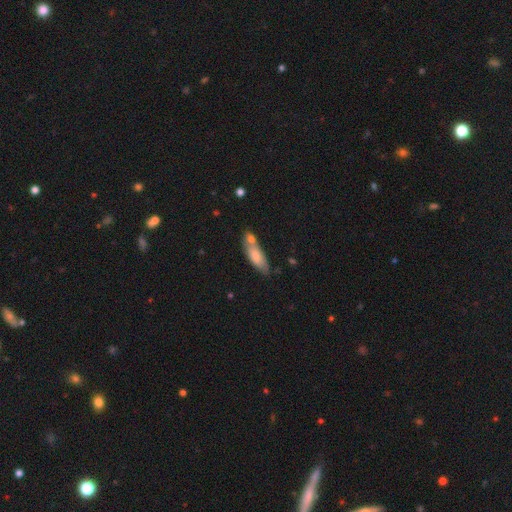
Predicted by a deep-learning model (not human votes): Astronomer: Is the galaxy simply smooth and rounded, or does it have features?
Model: smooth — 76%.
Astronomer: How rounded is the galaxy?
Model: in between — 58% (runner-up: cigar-shaped, 40%).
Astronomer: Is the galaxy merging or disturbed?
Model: none — 47% (runner-up: merger, 32%).